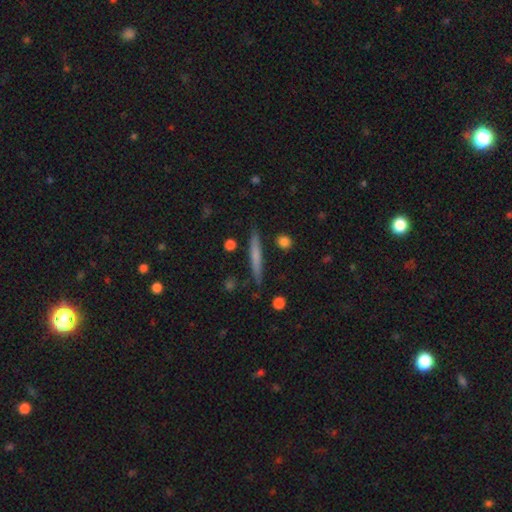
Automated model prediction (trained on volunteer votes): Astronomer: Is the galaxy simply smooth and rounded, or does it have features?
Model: smooth — 61%.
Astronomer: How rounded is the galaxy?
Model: cigar-shaped — 95%.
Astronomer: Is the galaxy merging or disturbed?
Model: none — 87%.